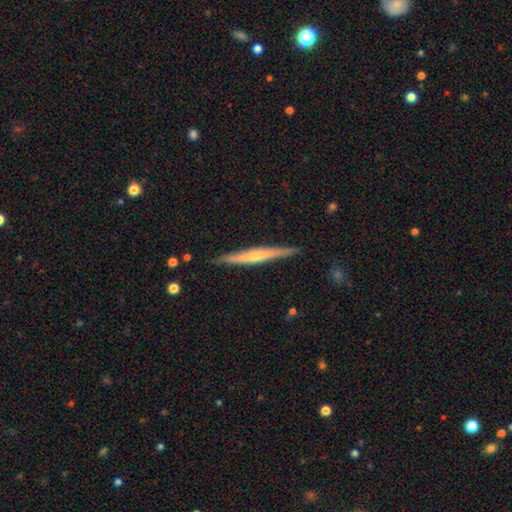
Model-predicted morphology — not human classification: A featured or disk galaxy (64%) viewed edge-on (97%) with a rounded central bulge (61%).

Vote fractions:
- Smooth or featured? featured or disk: 64% / smooth: 31% / star or artifact: 6%
- Edge-on disk? yes: 97% / no: 3%
- Edge-on bulge? rounded: 61% / none: 34% / boxy: 6%
- Merging? none: 90% / minor disturbance: 8% / major disturbance: 1% / merger: 1%